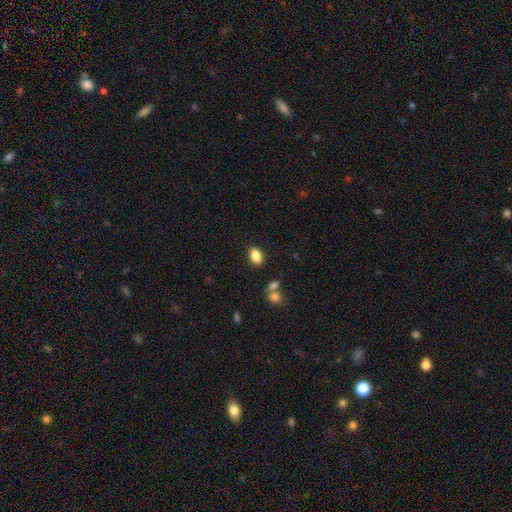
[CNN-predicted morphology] smooth 85%, star or artifact 9%, featured or disk 5%. Down the decision tree: how rounded — in between (87%); merging — none (83%).